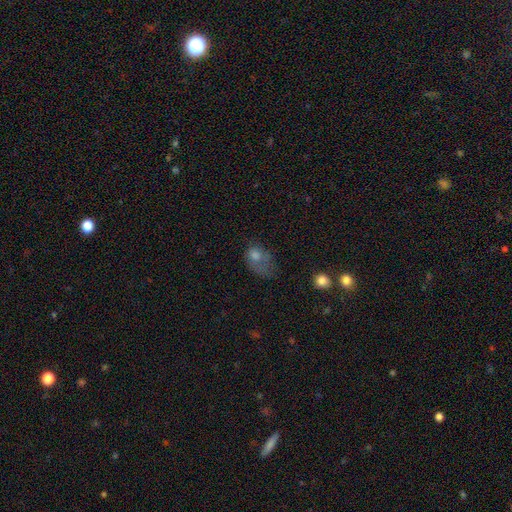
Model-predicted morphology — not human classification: Smooth or featured? smooth (61%)
How rounded? in between (70%)
Merging? major disturbance (45%)